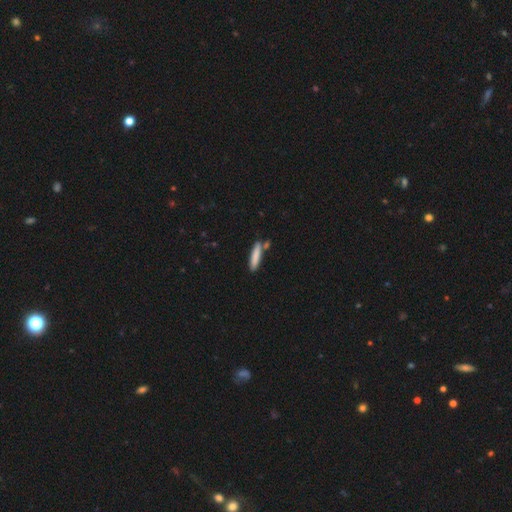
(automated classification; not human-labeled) Smooth or featured: smooth — 82% (featured or disk — 12%)
How rounded: cigar-shaped — 86% (in between — 12%)
Merging: none — 77% (minor disturbance — 12%)